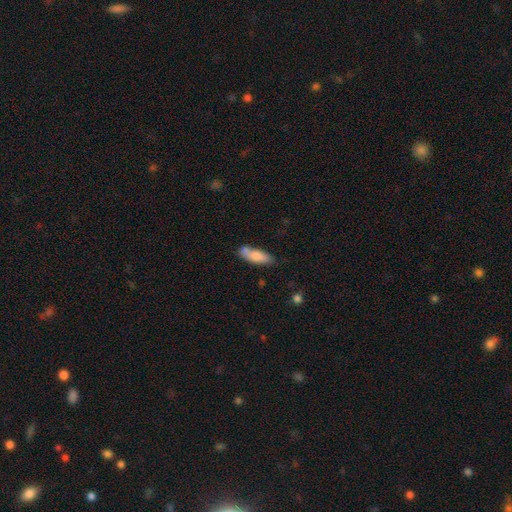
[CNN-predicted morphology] A smooth galaxy with no disk features (77%) that is in between round and cigar-shaped (62%).

Vote fractions:
- Smooth or featured? smooth: 77% / featured or disk: 17% / star or artifact: 6%
- How rounded? in between: 62% / cigar-shaped: 36% / round: 2%
- Merging? none: 59% / minor disturbance: 22% / merger: 13% / major disturbance: 5%